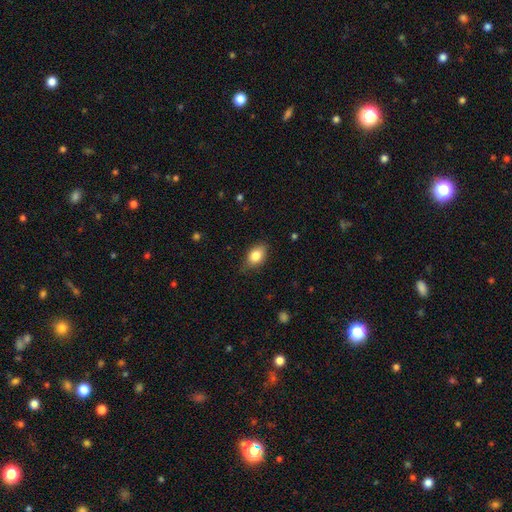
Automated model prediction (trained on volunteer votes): This is clearly a smooth galaxy (83%). How rounded: clearly in between (83%). Merging: likely none (76%).